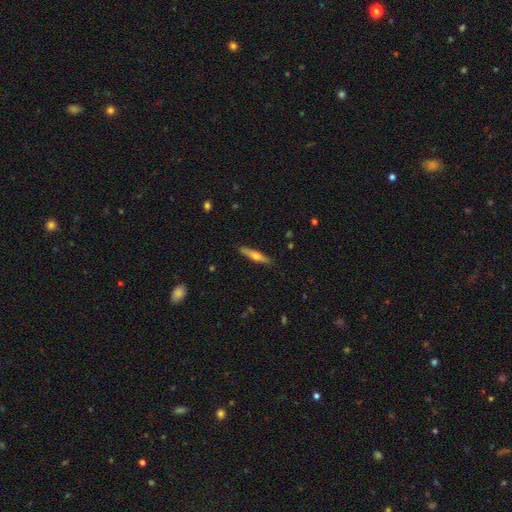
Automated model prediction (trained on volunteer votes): Smooth or featured? featured or disk (53%)
Edge-on disk? yes (94%)
Merging? none (88%)